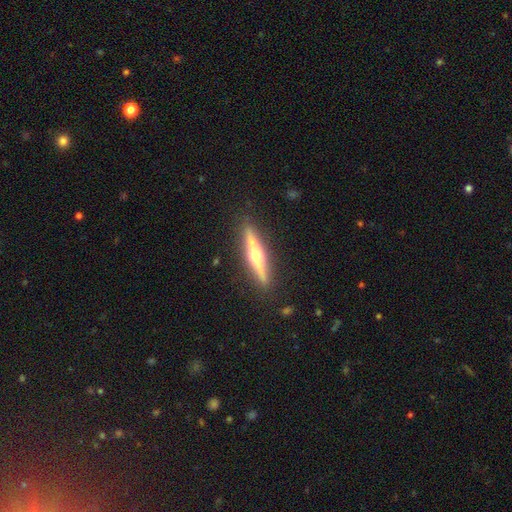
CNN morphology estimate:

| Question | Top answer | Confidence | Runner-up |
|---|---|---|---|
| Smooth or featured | featured or disk | 70% | smooth (24%) |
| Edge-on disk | yes | 96% | no (4%) |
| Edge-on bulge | rounded | 91% | boxy (5%) |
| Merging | none | 82% | minor disturbance (11%) |